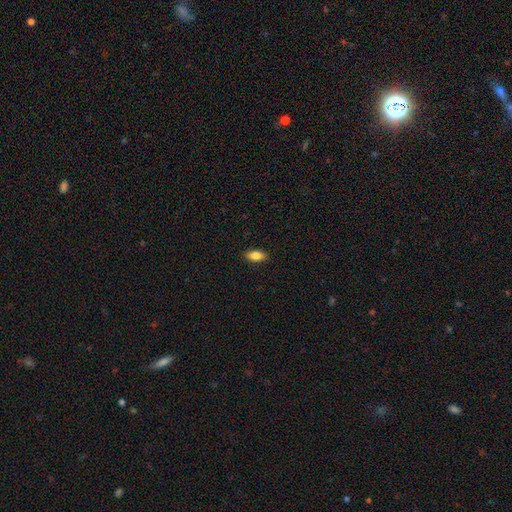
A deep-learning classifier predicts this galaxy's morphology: A smooth galaxy with no disk features (83%) that is in between round and cigar-shaped (87%).

Vote fractions:
- Smooth or featured? smooth: 83% / featured or disk: 10% / star or artifact: 7%
- How rounded? in between: 87% / cigar-shaped: 10% / round: 3%
- Merging? none: 89% / minor disturbance: 8% / major disturbance: 2% / merger: 1%